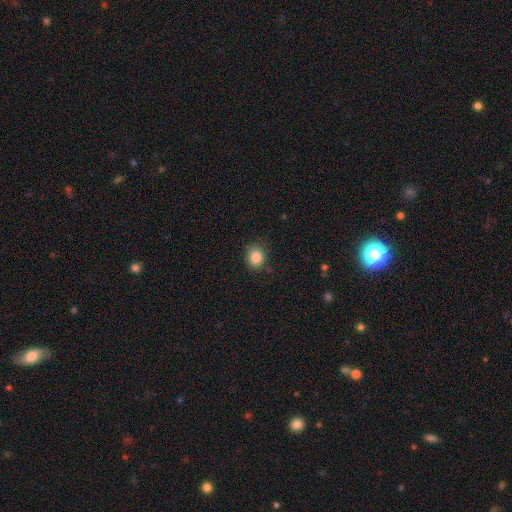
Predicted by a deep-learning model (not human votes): This is clearly a smooth galaxy (86%). How rounded: likely round (65%). Merging: likely none (78%).